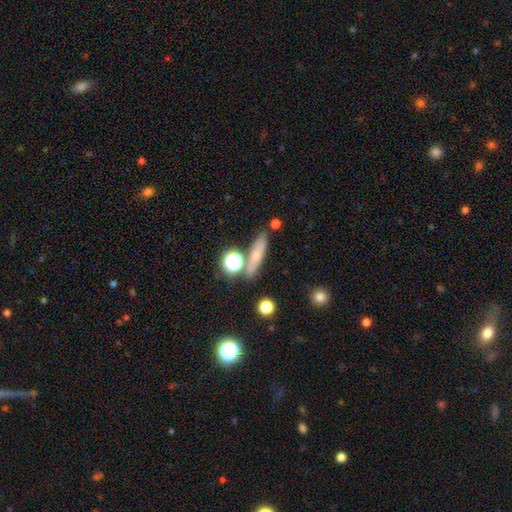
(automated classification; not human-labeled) Overall: smooth (61%; featured or disk 24%). How rounded: cigar-shaped (67%). Merging: none (75%).